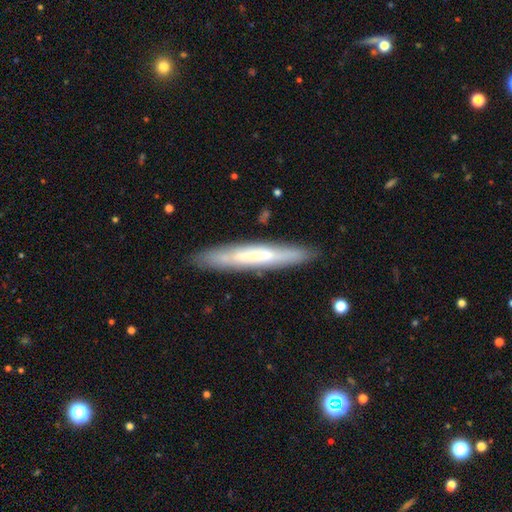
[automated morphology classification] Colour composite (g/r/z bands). It shows a featured or disk galaxy (50%). Merging: none (86%).